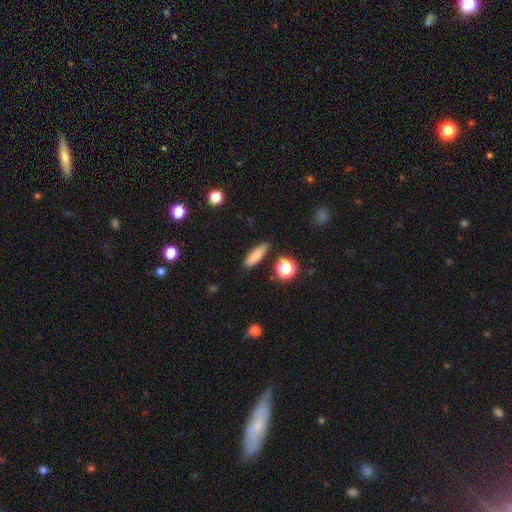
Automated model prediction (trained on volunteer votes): The model was most divided on "how rounded": cigar-shaped: 55%, in between: 40%, round: 5%. More confident: merging — none (85%); smooth or featured — smooth (79%).